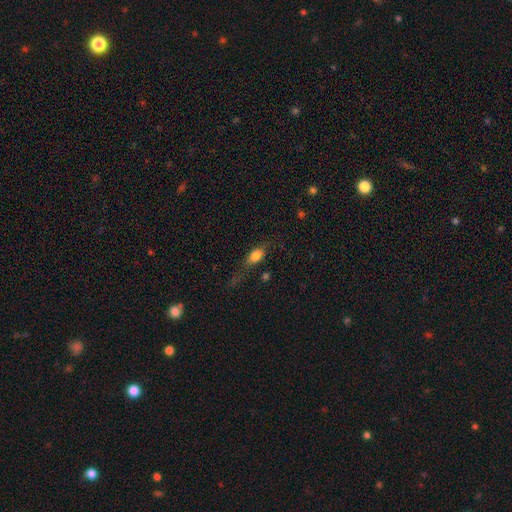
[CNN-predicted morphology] A smooth galaxy with no disk features (71%) that is in between round and cigar-shaped (73%). Merging: none (52%).